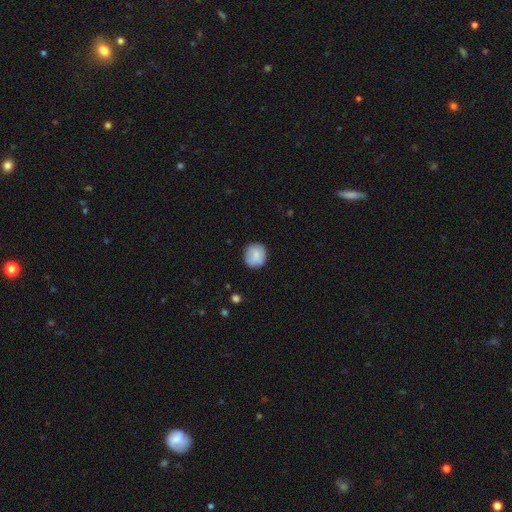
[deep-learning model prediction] smooth-or-featured: smooth: 80% | featured or disk: 13% | star or artifact: 7%
  how-rounded: round: 87% | in between: 12% | cigar-shaped: 1%
  merging: none: 83% | minor disturbance: 13% | major disturbance: 3% | merger: 1%